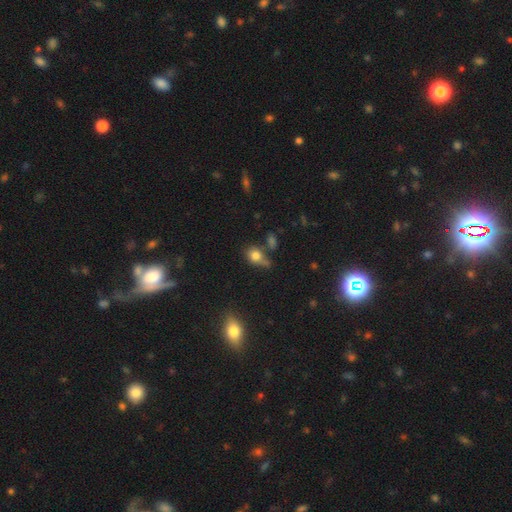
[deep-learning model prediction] Q: Smooth or featured?
A: smooth (78%); runner-up: star or artifact (12%)
Q: How rounded?
A: round (52%); runner-up: in between (45%)
Q: Merging?
A: none (48%); runner-up: minor disturbance (23%)